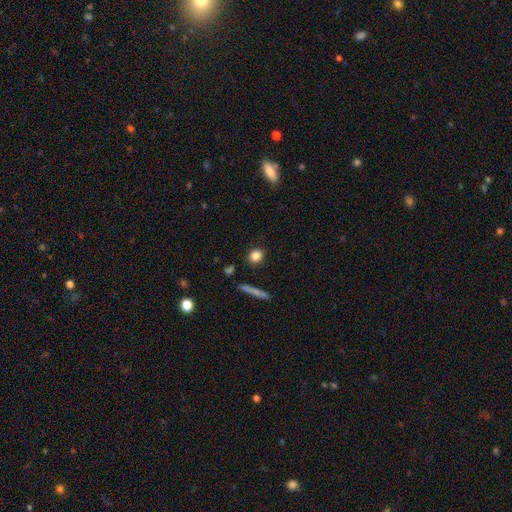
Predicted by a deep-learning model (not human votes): Smooth or featured?
  - smooth: 84% *
  - star or artifact: 9%
  - featured or disk: 7%
How rounded?
  - round: 74% *
  - in between: 21%
  - cigar-shaped: 5%
Merging?
  - none: 88% *
  - minor disturbance: 8%
  - merger: 2%
  - major disturbance: 2%